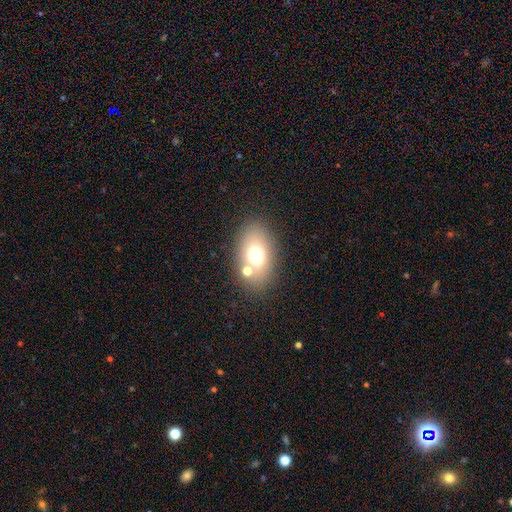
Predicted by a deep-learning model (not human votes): A smooth galaxy with no disk features (68%) that is in between round and cigar-shaped (81%).

Vote fractions:
- Smooth or featured? smooth: 68% / featured or disk: 19% / star or artifact: 13%
- How rounded? in between: 81% / round: 17% / cigar-shaped: 1%
- Merging? none: 70% / merger: 14% / minor disturbance: 12% / major disturbance: 5%